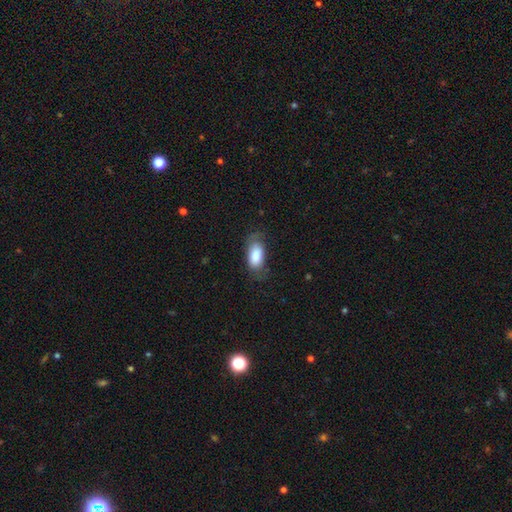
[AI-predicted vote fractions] This is likely a smooth galaxy (78%). How rounded: clearly in between (91%). Merging: likely none (61%).